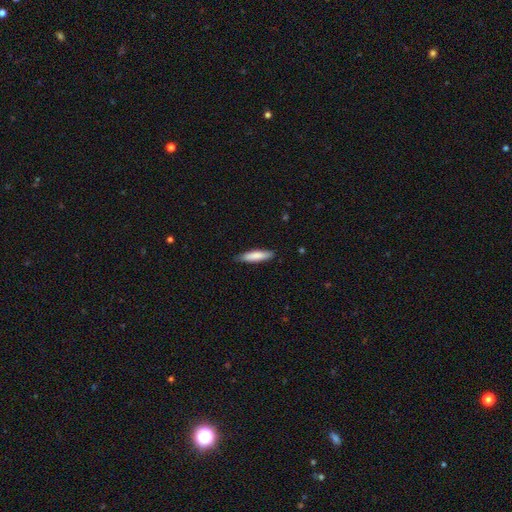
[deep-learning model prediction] Overall: smooth (82%). How rounded: cigar-shaped (77%). Merging: none (85%).